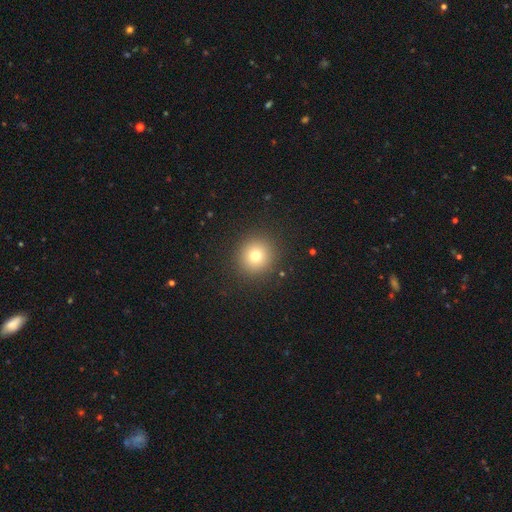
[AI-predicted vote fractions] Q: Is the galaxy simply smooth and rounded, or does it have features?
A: smooth — 76%.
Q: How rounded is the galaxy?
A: round — 93%.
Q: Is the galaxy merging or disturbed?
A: none — 91%.